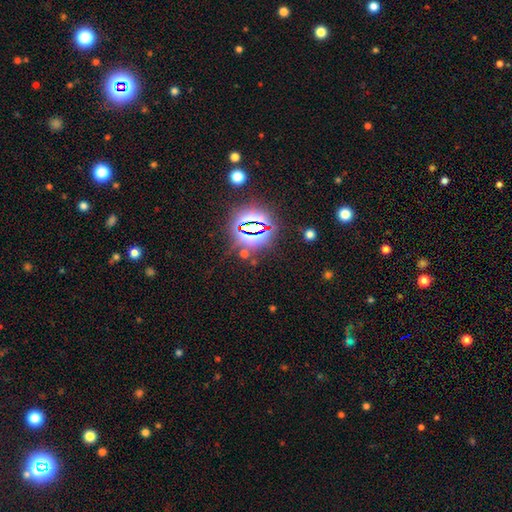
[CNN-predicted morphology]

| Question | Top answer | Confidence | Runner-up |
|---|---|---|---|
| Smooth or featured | star or artifact | 82% | smooth (10%) |